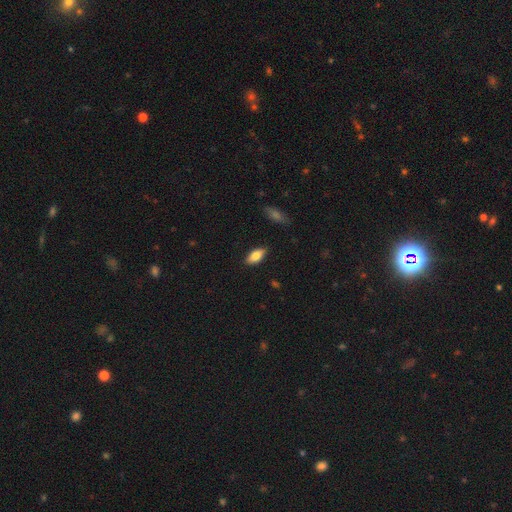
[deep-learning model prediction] Q: Smooth or featured?
A: smooth (75%); runner-up: featured or disk (18%)
Q: How rounded?
A: in between (85%); runner-up: cigar-shaped (12%)
Q: Merging?
A: none (87%); runner-up: minor disturbance (10%)